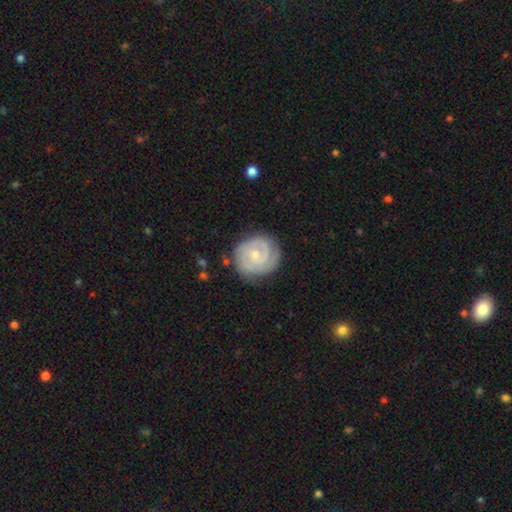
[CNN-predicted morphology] Smooth or featured: featured or disk — 84% (smooth — 11%)
Edge-on disk: no — 98% (yes — 2%)
Bar: no — 60% (weak — 34%)
Spiral arms: yes — 97% (no — 3%)
Spiral winding: tight — 73% (medium — 23%)
Spiral arm count: 2 — 57% (3 — 18%)
Bulge size: small — 66% (moderate — 28%)
Merging: none — 80% (minor disturbance — 14%)